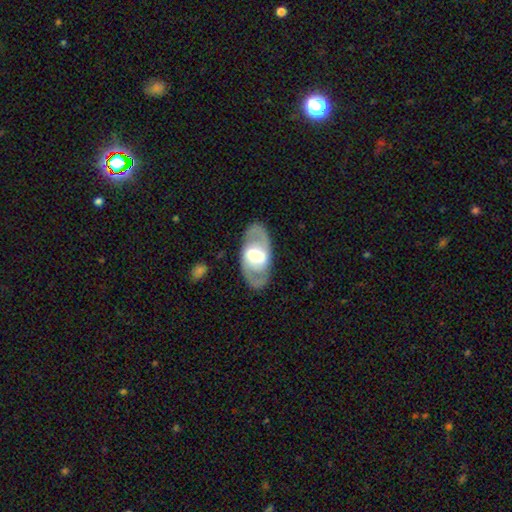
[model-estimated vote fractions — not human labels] A featured or disk galaxy (74%) with a weak bar (41%), spiral arms (68%) and a large central bulge (43%). Merging: none (85%).